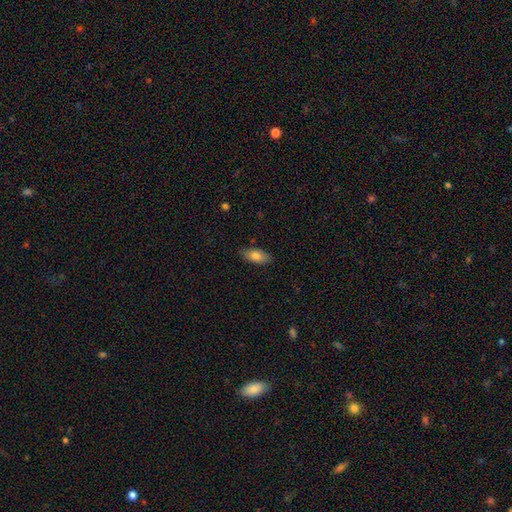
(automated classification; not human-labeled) smooth 81%, featured or disk 12%, star or artifact 7%. Down the decision tree: how rounded — in between (88%); merging — none (83%).